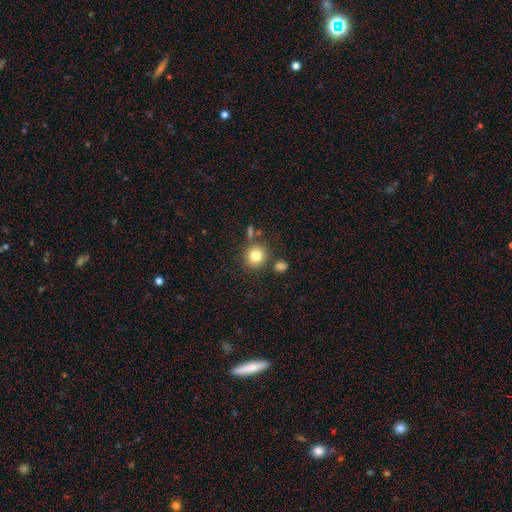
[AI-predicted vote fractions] Smooth or featured: smooth — 81% (star or artifact — 11%)
How rounded: round — 89% (in between — 10%)
Merging: none — 79% (minor disturbance — 9%)